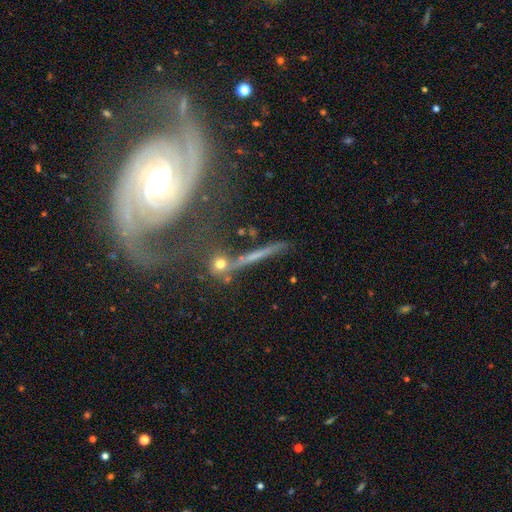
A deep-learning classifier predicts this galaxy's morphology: featured or disk 47%, smooth 39%, star or artifact 14%. Down the decision tree: merging — none (68%).